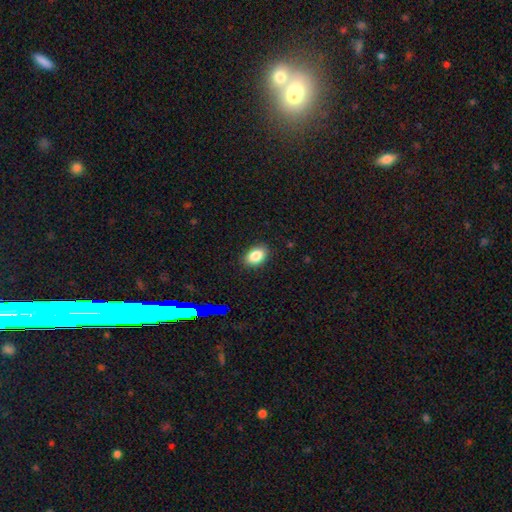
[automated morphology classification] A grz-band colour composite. It shows a smooth galaxy with no disk features (85%) that is in between round and cigar-shaped (82%). Merging: none (87%).